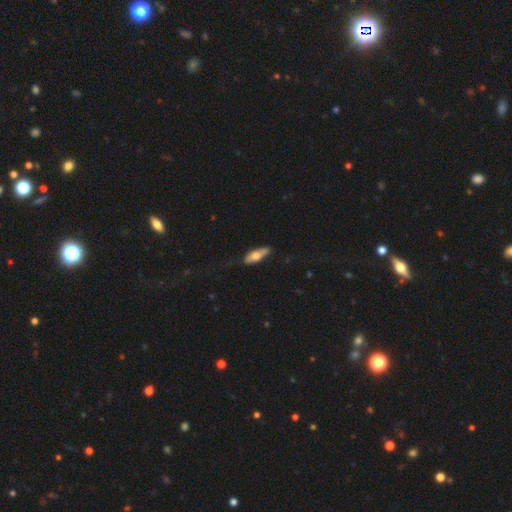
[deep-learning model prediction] Smooth or featured: smooth — 59% (featured or disk — 36%)
How rounded: in between — 54% (cigar-shaped — 43%)
Merging: none — 71% (minor disturbance — 22%)